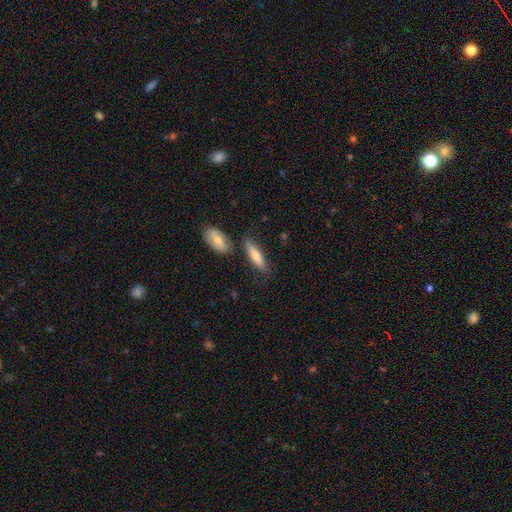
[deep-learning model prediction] This appears to be a smooth galaxy with no disk features (66%) that is cigar-shaped (66%). Merging: none (71%).